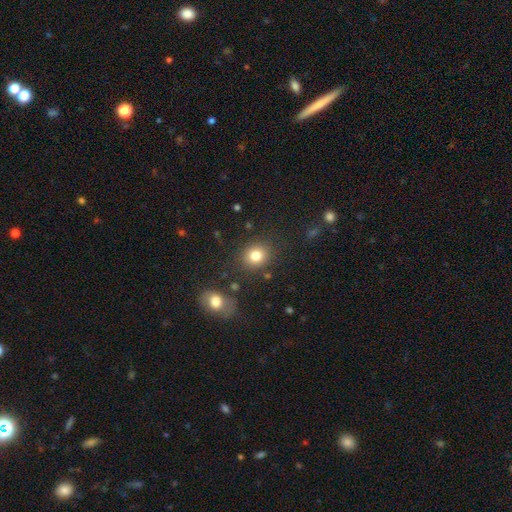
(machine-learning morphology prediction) The model was most divided on "how rounded": round: 73%, in between: 26%, cigar-shaped: 1%. More confident: merging — none (83%); smooth or featured — smooth (81%).